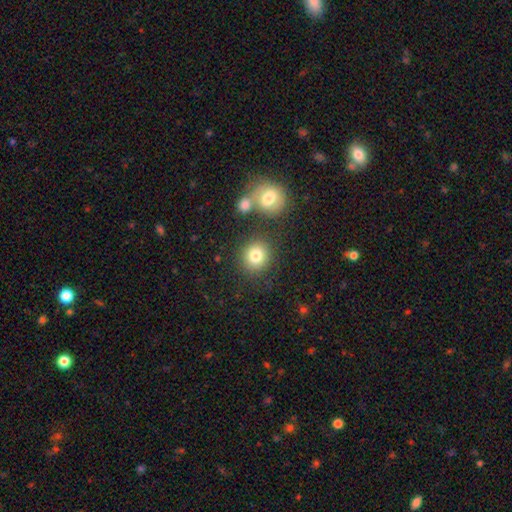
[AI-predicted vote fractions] Smooth or featured? Predicted: smooth (p=0.81). How rounded? Predicted: round (p=0.87). Merging? Predicted: none (p=0.78).